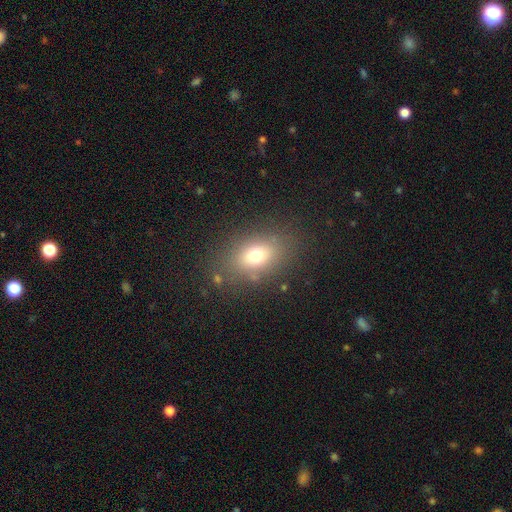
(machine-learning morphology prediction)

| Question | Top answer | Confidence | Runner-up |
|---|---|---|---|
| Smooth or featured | smooth | 71% | star or artifact (15%) |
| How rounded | in between | 71% | round (27%) |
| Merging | none | 81% | minor disturbance (11%) |